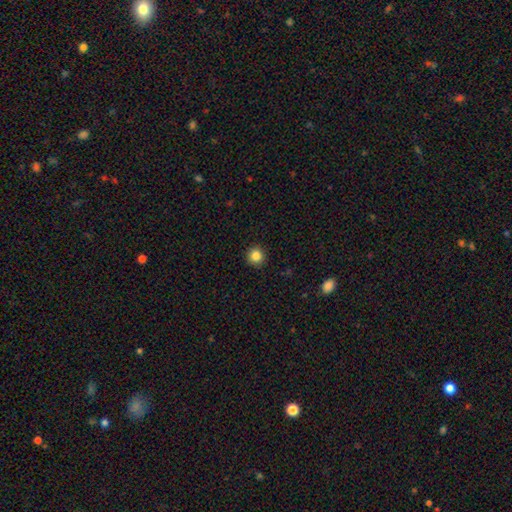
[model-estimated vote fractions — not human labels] Smooth or featured? Predicted: smooth (p=0.85). How rounded? Predicted: round (p=0.94). Merging? Predicted: none (p=0.92).